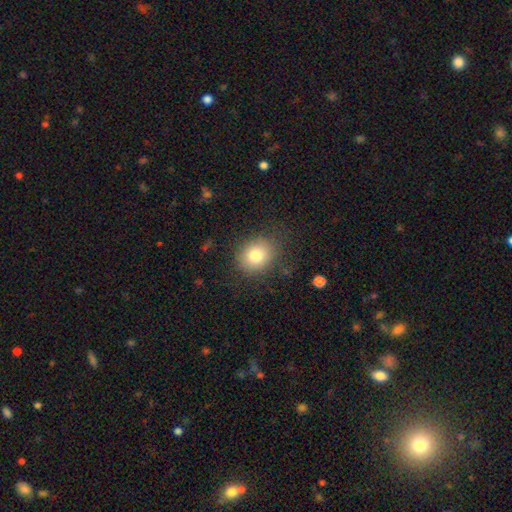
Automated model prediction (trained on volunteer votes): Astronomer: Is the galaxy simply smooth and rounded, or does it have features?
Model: smooth — 79%.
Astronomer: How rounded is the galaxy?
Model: round — 71%.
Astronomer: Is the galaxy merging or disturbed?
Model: none — 80%.